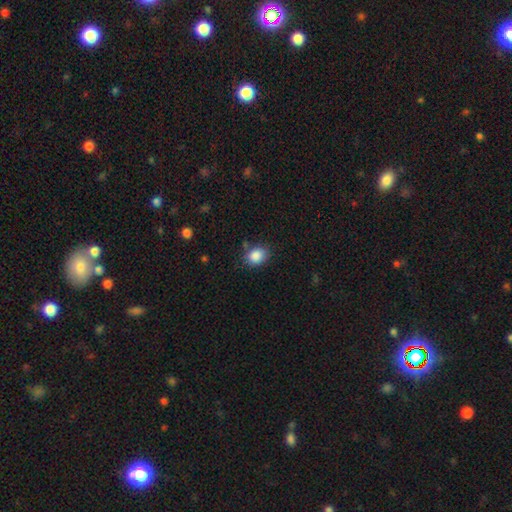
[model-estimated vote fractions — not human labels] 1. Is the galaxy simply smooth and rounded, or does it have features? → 86% smooth, 9% star or artifact, 4% featured or disk.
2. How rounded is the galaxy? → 52% round, 47% in between, 1% cigar-shaped.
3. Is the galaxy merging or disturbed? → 76% none, 17% minor disturbance, 4% major disturbance, 4% merger.